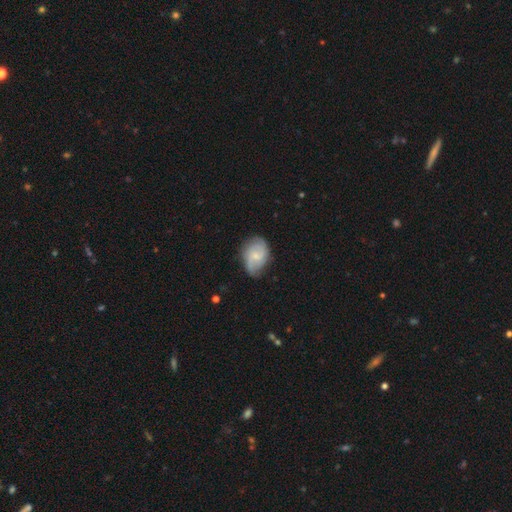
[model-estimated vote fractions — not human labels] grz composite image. It shows a featured or disk galaxy (61%) with no bar (53%), 2 (66%) medium (45%) spiral arms (90%) and a small central bulge (64%). Merging: none (65%).